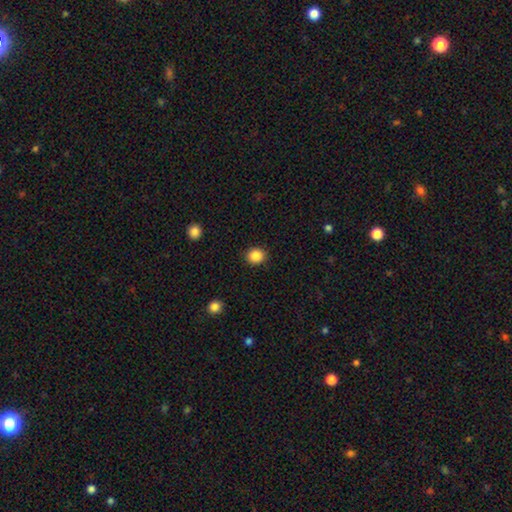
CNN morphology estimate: Overall: smooth (87%). How rounded: round (83%). Merging: none (90%).